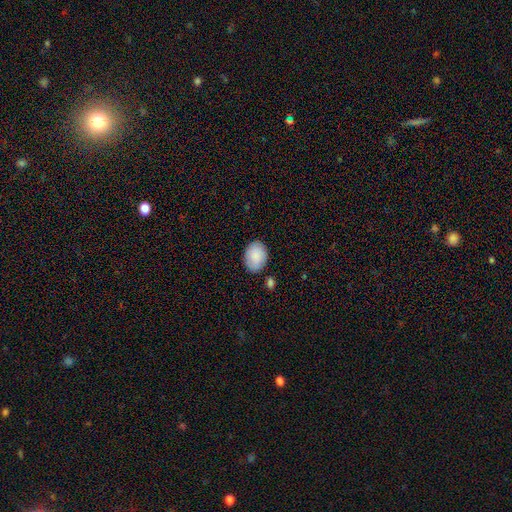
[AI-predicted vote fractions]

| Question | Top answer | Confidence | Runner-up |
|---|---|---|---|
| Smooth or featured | smooth | 86% | featured or disk (8%) |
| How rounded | in between | 77% | round (22%) |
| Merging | none | 81% | minor disturbance (13%) |